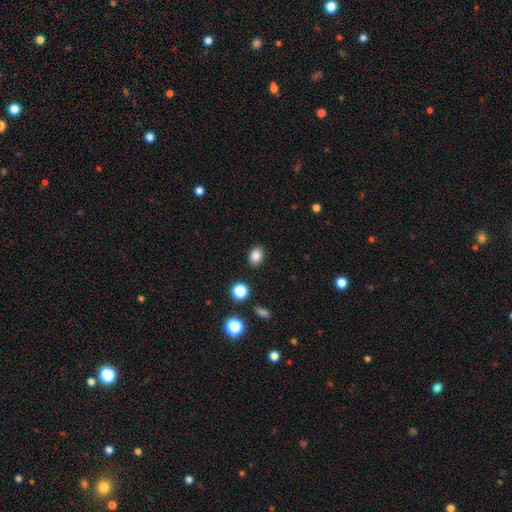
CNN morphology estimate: type=smooth (84%); roundness=in between (63%); merging=none (88%).